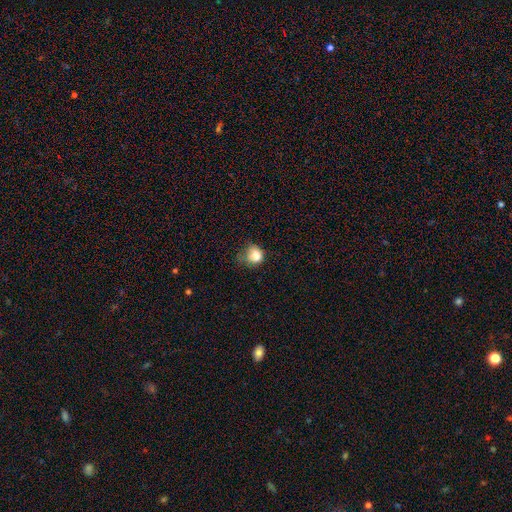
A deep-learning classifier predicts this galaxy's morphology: Smooth or featured: smooth — 81% (star or artifact — 10%)
How rounded: round — 67% (in between — 32%)
Merging: minor disturbance — 39% (none — 35%)